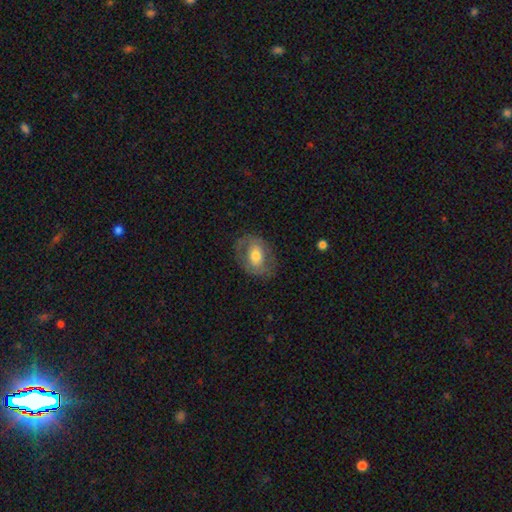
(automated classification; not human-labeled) Overall: smooth (47%; featured or disk 46%). Merging: none (72%).